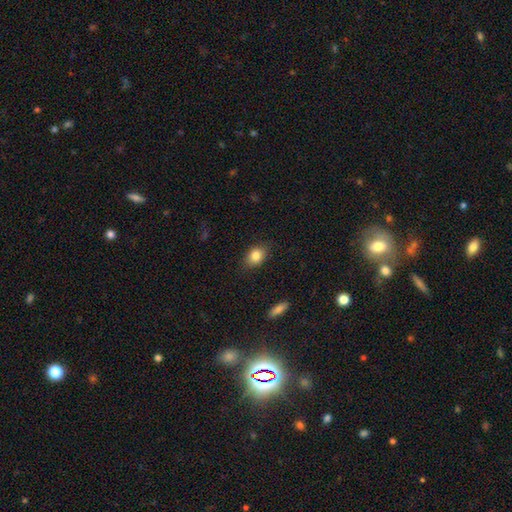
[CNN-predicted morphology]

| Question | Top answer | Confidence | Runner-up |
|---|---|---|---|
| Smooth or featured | smooth | 83% | star or artifact (9%) |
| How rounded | in between | 70% | round (28%) |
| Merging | none | 82% | minor disturbance (14%) |